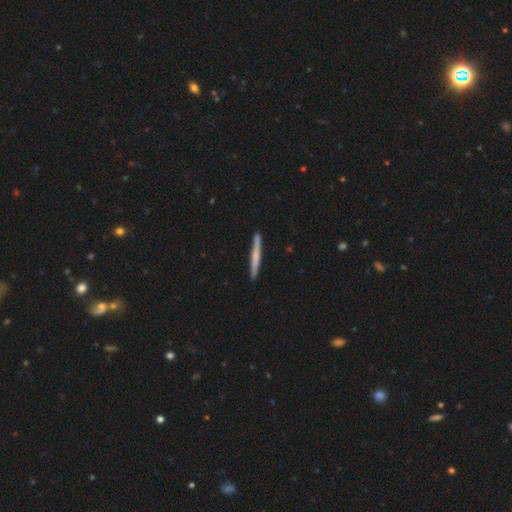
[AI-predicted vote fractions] A smooth galaxy with no disk features (51%) that is cigar-shaped (96%).

Vote fractions:
- Smooth or featured? smooth: 51% / featured or disk: 43% / star or artifact: 5%
- How rounded? cigar-shaped: 96% / in between: 2% / round: 1%
- Merging? none: 91% / minor disturbance: 7% / merger: 1% / major disturbance: 1%